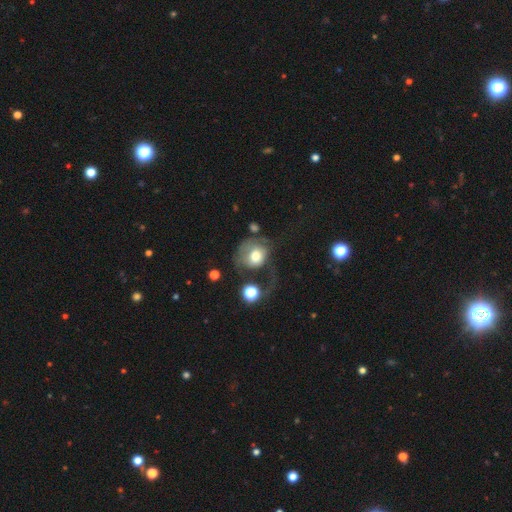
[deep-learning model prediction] Smooth or featured? Predicted: smooth (p=0.57). How rounded? Predicted: round (p=0.64). Merging? Predicted: major disturbance (p=0.55).